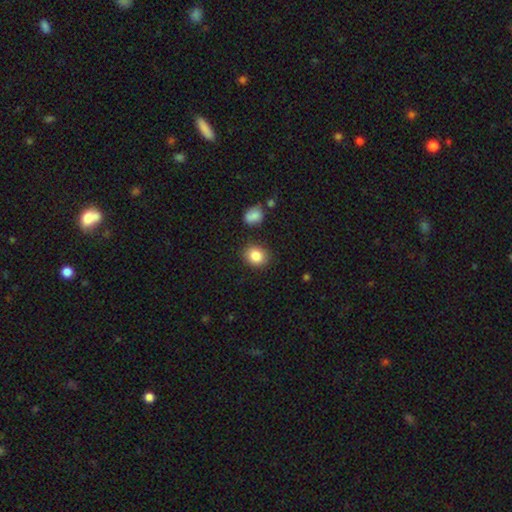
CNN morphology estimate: Smooth or featured?
  - smooth: 85% *
  - star or artifact: 9%
  - featured or disk: 6%
How rounded?
  - round: 65% *
  - in between: 34%
  - cigar-shaped: 1%
Merging?
  - none: 85% *
  - minor disturbance: 9%
  - merger: 3%
  - major disturbance: 3%